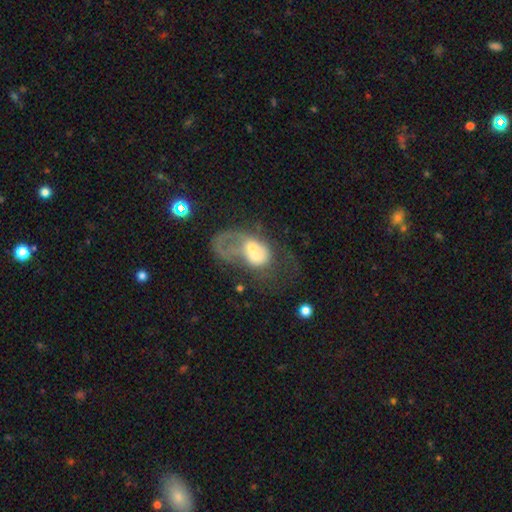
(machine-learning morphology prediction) Smooth or featured?
  - featured or disk: 53% *
  - smooth: 37%
  - star or artifact: 10%
Edge-on disk?
  - no: 96% *
  - yes: 4%
Bar?
  - no: 79% *
  - weak: 16%
  - strong: 4%
Spiral arms?
  - no: 64% *
  - yes: 36%
Bulge size?
  - moderate: 48% *
  - small: 25%
  - large: 14%
  - none: 9%
  - dominant: 3%
Merging?
  - merger: 54% *
  - major disturbance: 29%
  - none: 11%
  - minor disturbance: 7%